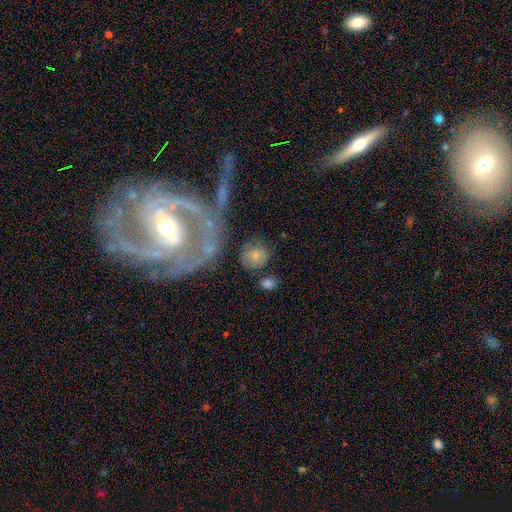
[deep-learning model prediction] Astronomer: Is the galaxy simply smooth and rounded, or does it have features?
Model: smooth — 71%.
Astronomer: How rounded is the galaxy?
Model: round — 86%.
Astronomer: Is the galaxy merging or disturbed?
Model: none — 70%.